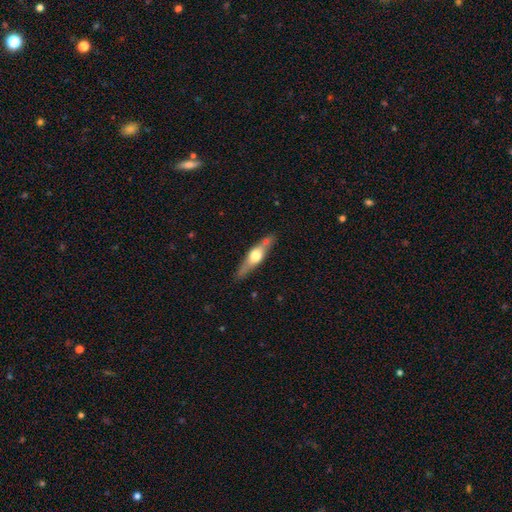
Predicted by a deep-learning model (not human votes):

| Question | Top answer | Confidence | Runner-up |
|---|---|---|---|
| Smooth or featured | featured or disk | 61% | smooth (34%) |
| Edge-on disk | yes | 93% | no (7%) |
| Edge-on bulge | rounded | 93% | boxy (5%) |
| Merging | none | 77% | minor disturbance (13%) |